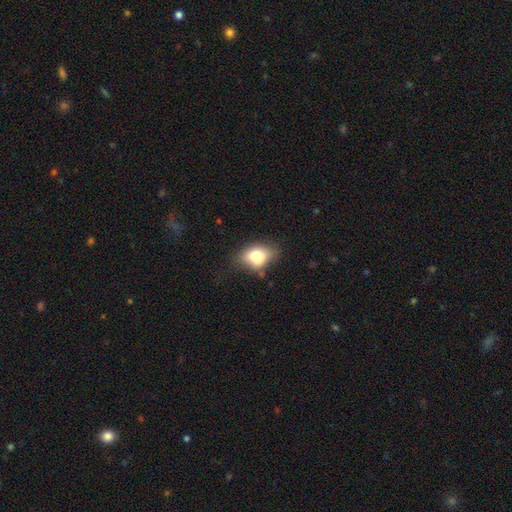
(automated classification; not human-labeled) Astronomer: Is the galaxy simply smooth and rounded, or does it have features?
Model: smooth — 74%.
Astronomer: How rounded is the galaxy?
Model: in between — 74%.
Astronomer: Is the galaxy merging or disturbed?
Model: none — 55% (runner-up: minor disturbance, 30%).